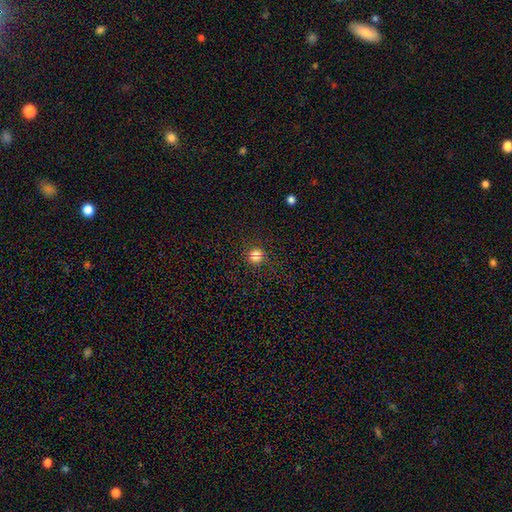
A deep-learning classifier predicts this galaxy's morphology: Overall: smooth (75%). How rounded: round (88%). Merging: none (80%).